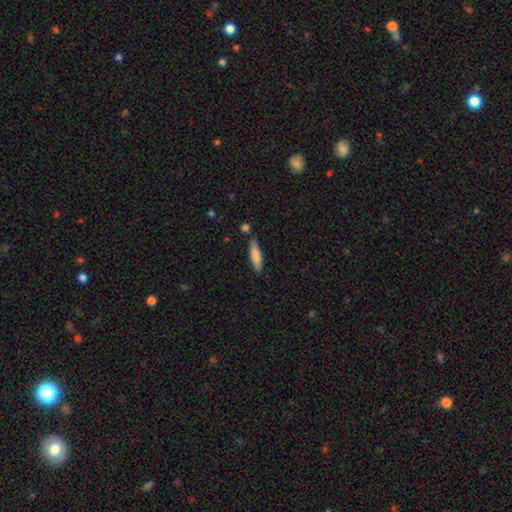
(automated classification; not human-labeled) Smooth or featured? Predicted: smooth (p=0.80). How rounded? Predicted: cigar-shaped (p=0.71). Merging? Predicted: none (p=0.79).